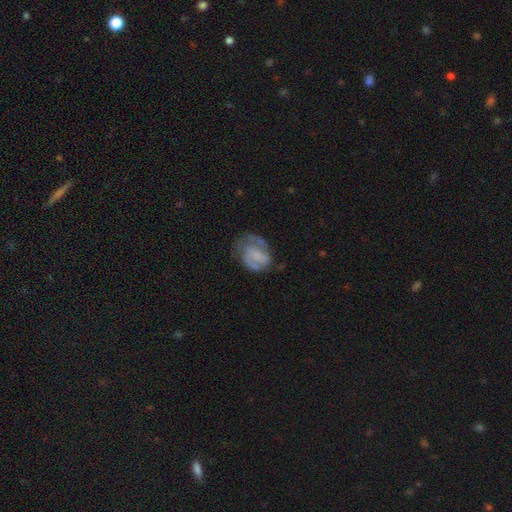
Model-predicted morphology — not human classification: Smooth or featured?
  - featured or disk: 62% *
  - smooth: 31%
  - star or artifact: 8%
Edge-on disk?
  - no: 98% *
  - yes: 2%
Bar?
  - no: 55% *
  - weak: 35%
  - strong: 10%
Spiral arms?
  - yes: 75% *
  - no: 25%
Bulge size?
  - none: 51% *
  - small: 23%
  - moderate: 18%
  - large: 6%
  - dominant: 2%
Merging?
  - none: 51% *
  - minor disturbance: 26%
  - major disturbance: 20%
  - merger: 2%